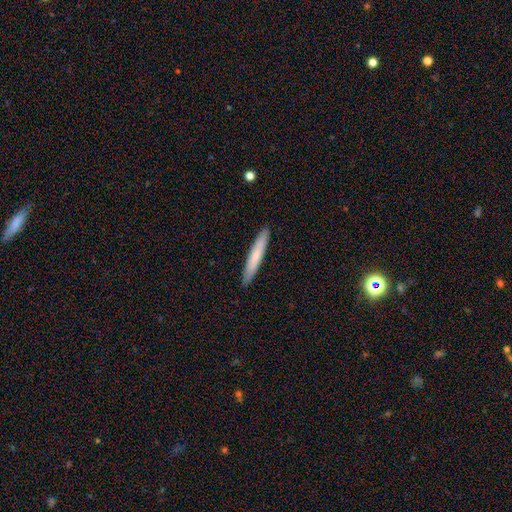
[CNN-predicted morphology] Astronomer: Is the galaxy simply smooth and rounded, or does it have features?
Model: smooth — 72%.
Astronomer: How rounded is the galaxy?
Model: cigar-shaped — 95%.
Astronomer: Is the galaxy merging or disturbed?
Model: none — 91%.